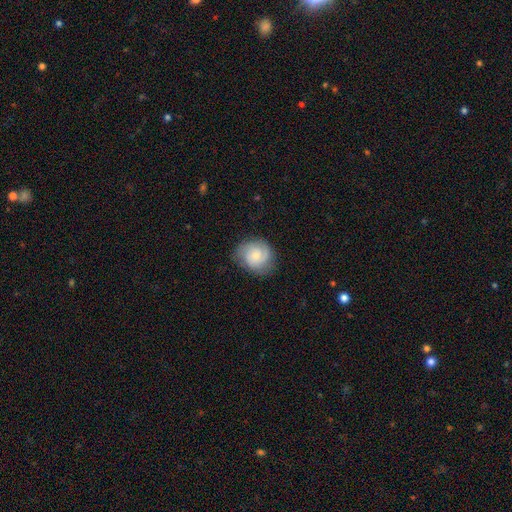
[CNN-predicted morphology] This appears to be a smooth galaxy with no disk features (47%). Merging: none (72%).